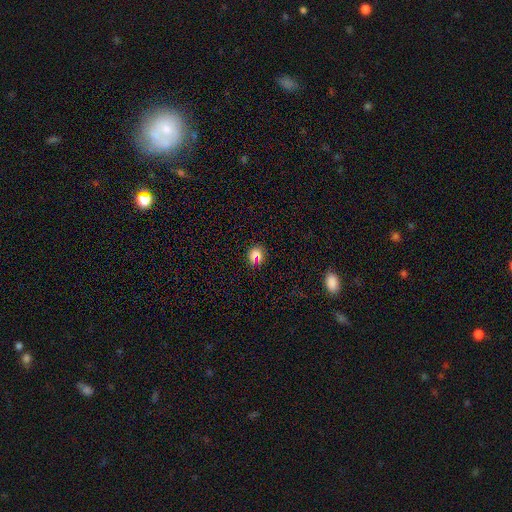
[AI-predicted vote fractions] A smooth galaxy with no disk features (66%) that is round (79%). Merging: none (83%).